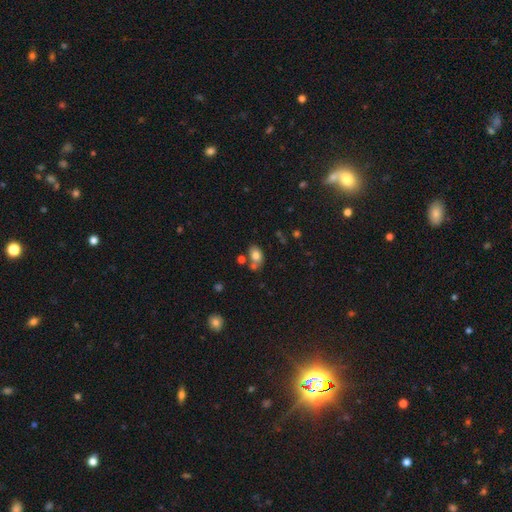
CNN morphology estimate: This is likely a smooth galaxy (78%). How rounded: likely in between (76%). Merging: possibly none (53%).